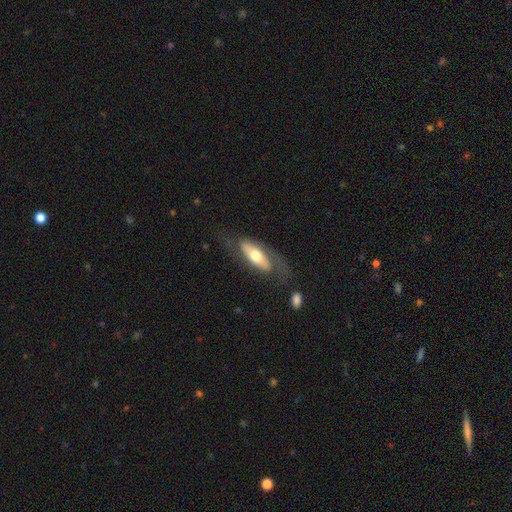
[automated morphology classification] The model was most divided on "smooth or featured": featured or disk: 51%, smooth: 44%, star or artifact: 5%. More confident: edge-on disk — no (67%); merging — none (57%).